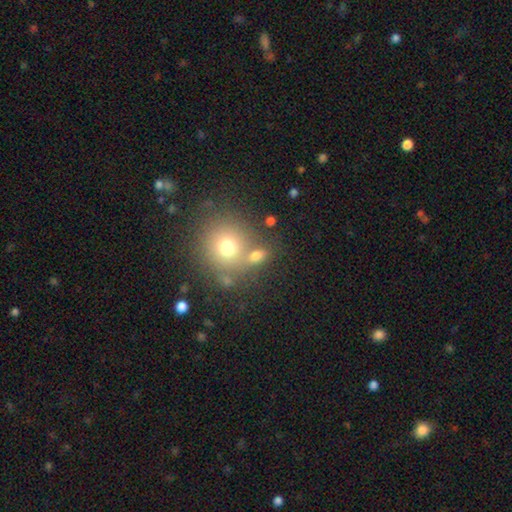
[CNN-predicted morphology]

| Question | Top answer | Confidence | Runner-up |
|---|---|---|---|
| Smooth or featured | smooth | 72% | star or artifact (15%) |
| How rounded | in between | 50% | round (46%) |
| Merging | none | 55% | merger (28%) |